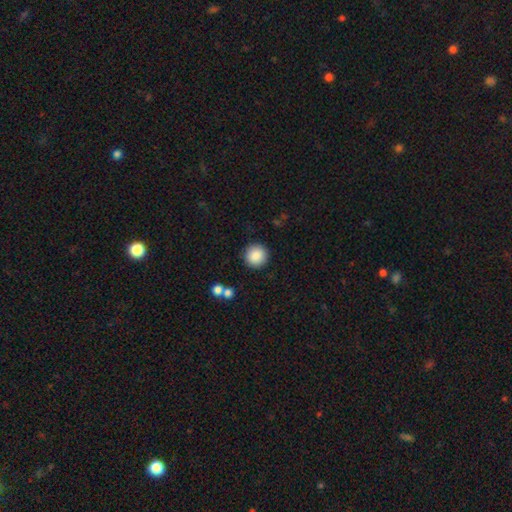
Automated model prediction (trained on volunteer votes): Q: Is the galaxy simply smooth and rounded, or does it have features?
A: smooth — 88%.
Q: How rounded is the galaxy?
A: round — 95%.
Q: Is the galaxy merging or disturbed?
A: none — 90%.